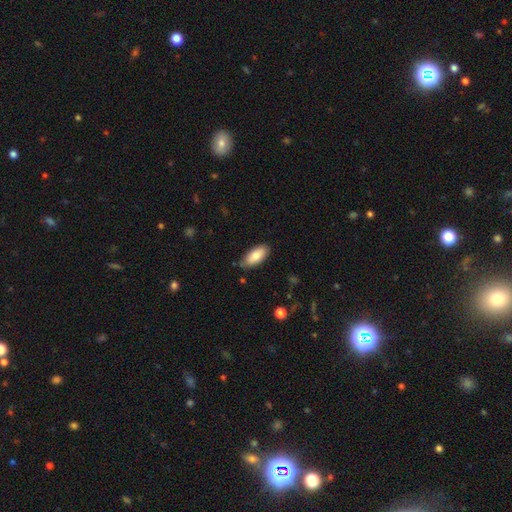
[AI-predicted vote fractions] A smooth galaxy with no disk features (82%) that is in between round and cigar-shaped (88%).

Vote fractions:
- Smooth or featured? smooth: 82% / featured or disk: 12% / star or artifact: 6%
- How rounded? in between: 88% / cigar-shaped: 11% / round: 2%
- Merging? none: 82% / minor disturbance: 14% / major disturbance: 2% / merger: 2%